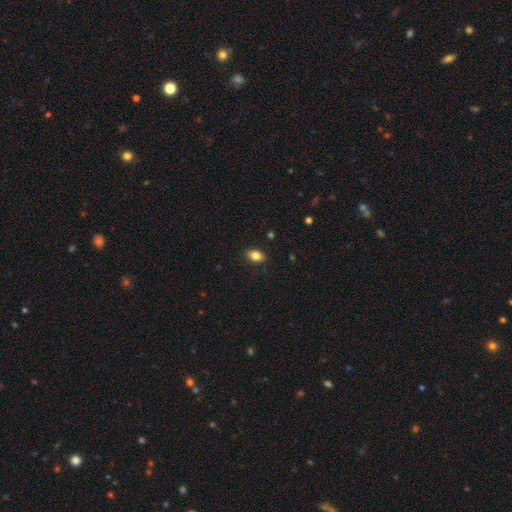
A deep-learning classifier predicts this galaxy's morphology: Smooth or featured? smooth (84%)
How rounded? in between (83%)
Merging? none (88%)